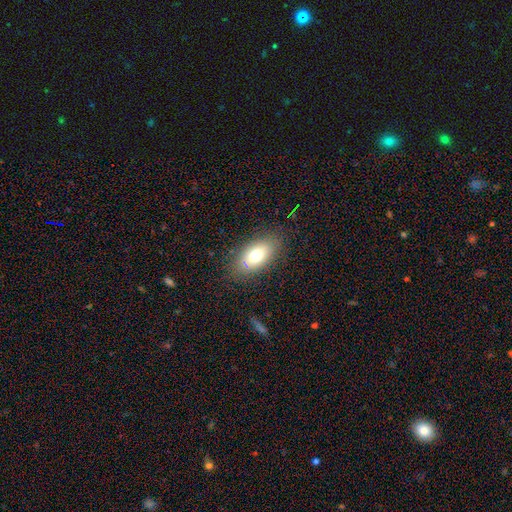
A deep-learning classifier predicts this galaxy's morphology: Q: Smooth or featured?
A: smooth (72%); runner-up: featured or disk (19%)
Q: How rounded?
A: in between (89%); runner-up: round (7%)
Q: Merging?
A: none (81%); runner-up: minor disturbance (13%)